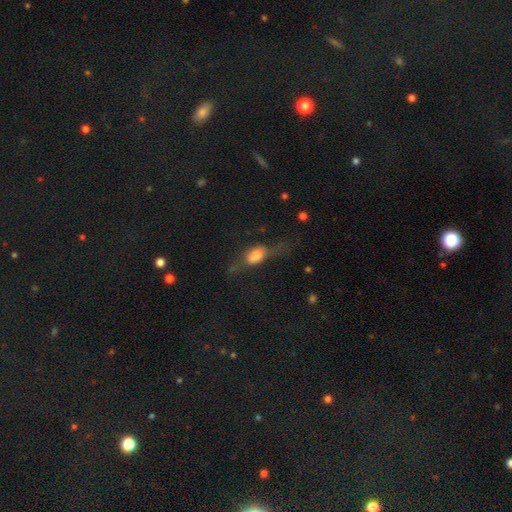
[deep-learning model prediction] smooth 60%, featured or disk 29%, star or artifact 11%. Down the decision tree: how rounded — in between (73%); merging — none (38%).